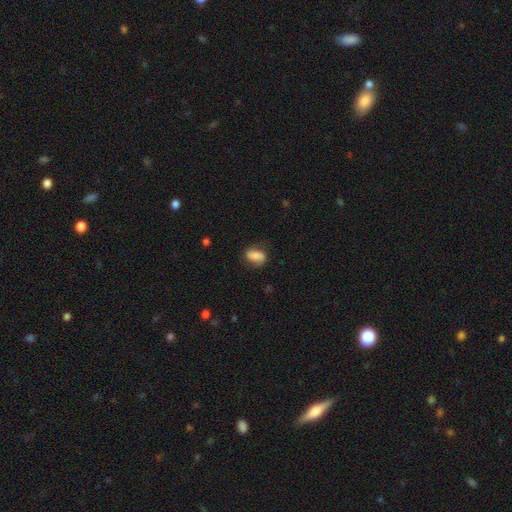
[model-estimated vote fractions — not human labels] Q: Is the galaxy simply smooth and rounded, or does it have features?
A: smooth — 71%.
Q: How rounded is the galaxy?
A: in between — 83%.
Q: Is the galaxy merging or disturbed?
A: none — 64%.